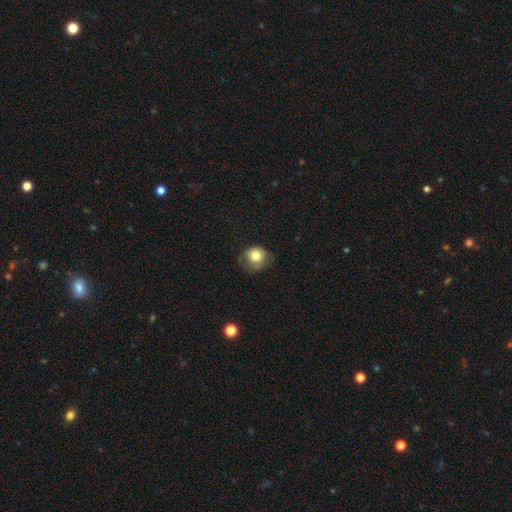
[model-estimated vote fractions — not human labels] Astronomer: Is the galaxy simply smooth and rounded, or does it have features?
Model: smooth — 79%.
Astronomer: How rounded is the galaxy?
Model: round — 79%.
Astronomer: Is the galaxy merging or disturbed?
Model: none — 53% (runner-up: minor disturbance, 31%).